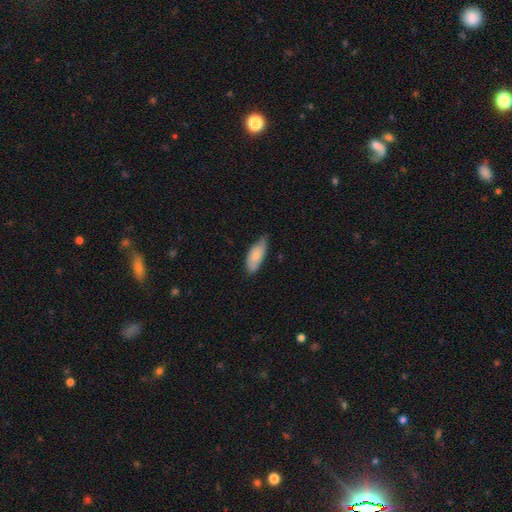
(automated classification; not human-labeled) Overall: smooth (78%). How rounded: in between (80%). Merging: none (58%; minor disturbance 35%).